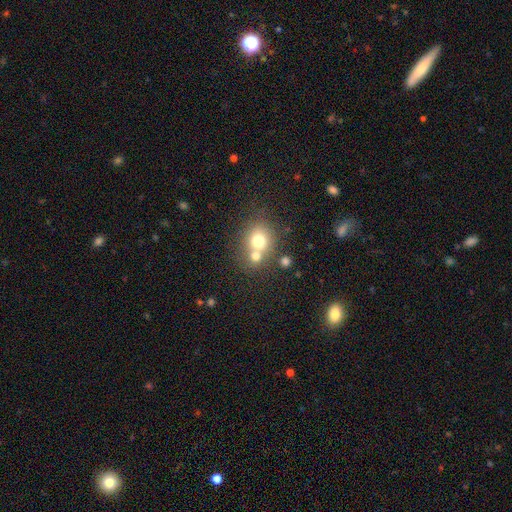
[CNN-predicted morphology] A smooth galaxy with no disk features (72%) that is round (76%). Merging: merger (49%).